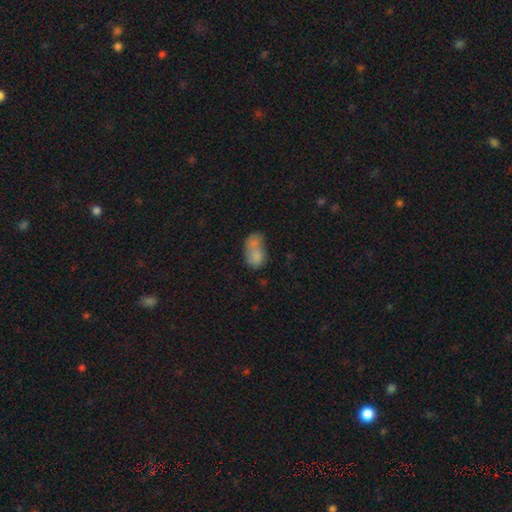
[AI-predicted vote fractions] A smooth galaxy with no disk features (76%) that is in between round and cigar-shaped (87%).

Vote fractions:
- Smooth or featured? smooth: 76% / featured or disk: 15% / star or artifact: 9%
- How rounded? in between: 87% / round: 12% / cigar-shaped: 2%
- Merging? merger: 34% / none: 29% / minor disturbance: 22% / major disturbance: 15%